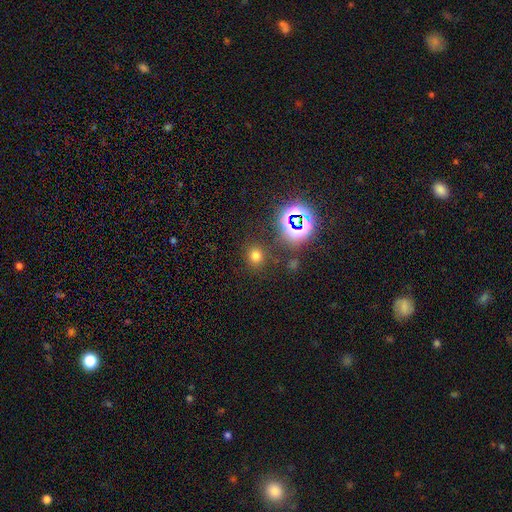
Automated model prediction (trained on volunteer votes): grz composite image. It shows a smooth galaxy with no disk features (68%) that is round (81%). Merging: none (83%).